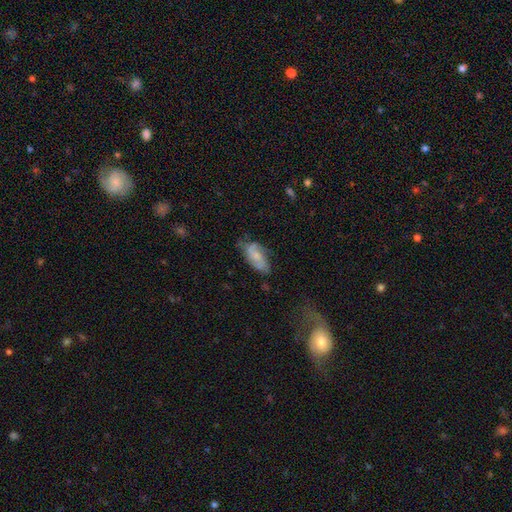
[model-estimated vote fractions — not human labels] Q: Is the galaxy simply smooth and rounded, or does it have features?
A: featured or disk — 47%.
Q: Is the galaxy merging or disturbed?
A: none — 59%.